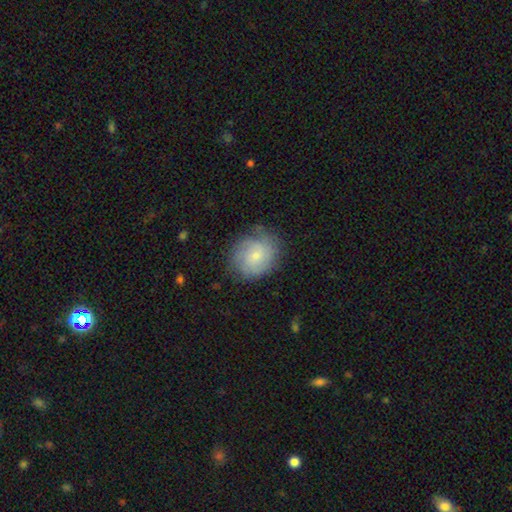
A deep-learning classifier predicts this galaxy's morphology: Smooth or featured: smooth — 52% (featured or disk — 40%)
How rounded: round — 70% (in between — 29%)
Merging: none — 73% (minor disturbance — 20%)